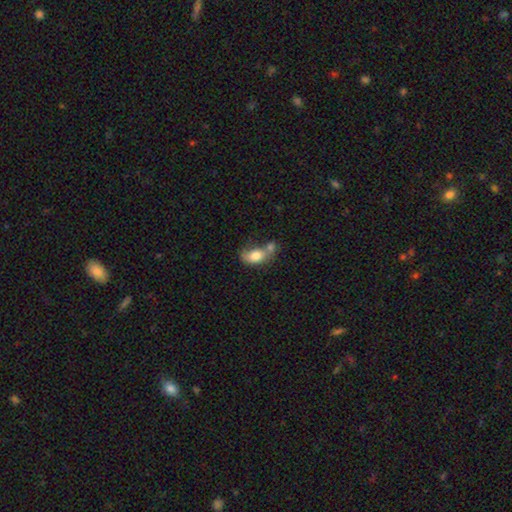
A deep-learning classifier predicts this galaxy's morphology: smooth 77%, featured or disk 15%, star or artifact 8%. Down the decision tree: how rounded — in between (82%); merging — merger (52%).